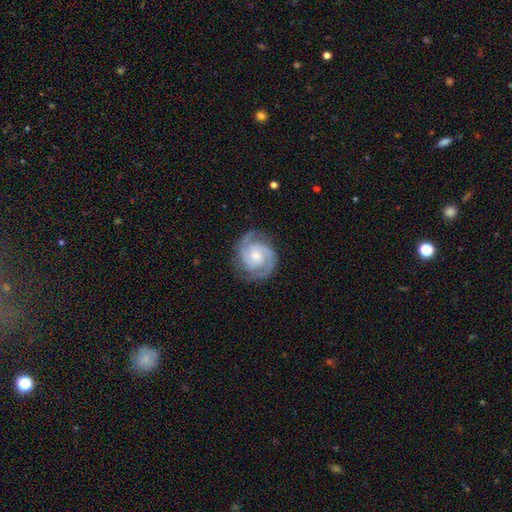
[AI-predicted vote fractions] Smooth or featured?
  - featured or disk: 91% *
  - smooth: 5%
  - star or artifact: 4%
Edge-on disk?
  - no: 98% *
  - yes: 2%
Bar?
  - no: 61% *
  - weak: 32%
  - strong: 6%
Spiral arms?
  - yes: 98% *
  - no: 2%
Spiral winding?
  - tight: 58% *
  - medium: 38%
  - loose: 5%
Spiral arm count?
  - 2: 80% *
  - 3: 12%
  - can't tell: 3%
  - 4: 2%
  - 1: 2%
  - more than 4: 2%
Bulge size?
  - moderate: 47% *
  - small: 44%
  - large: 4%
  - none: 4%
  - dominant: 1%
Merging?
  - none: 81% *
  - minor disturbance: 13%
  - major disturbance: 4%
  - merger: 1%